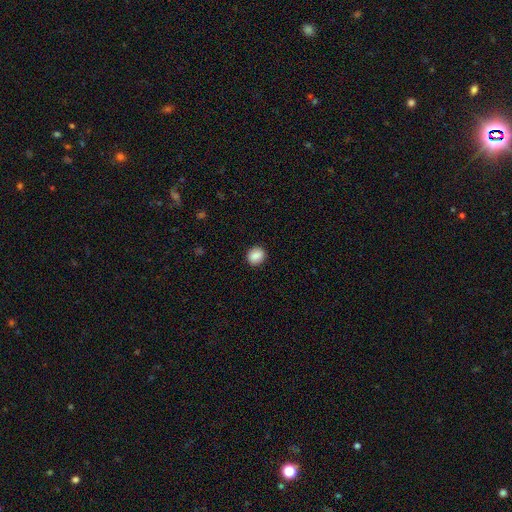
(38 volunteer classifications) Morphology: type=smooth (89%); roundness=round (65%); merging=none (86%).